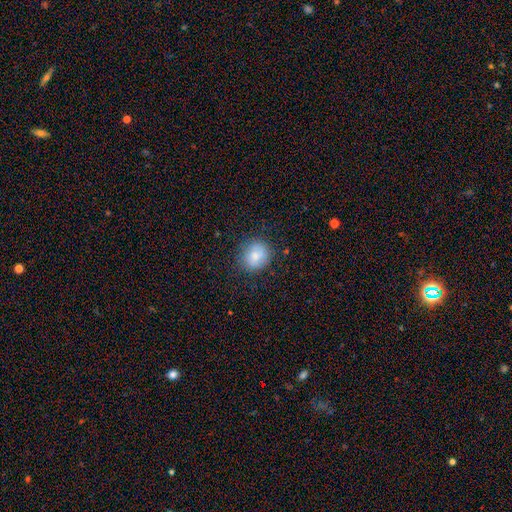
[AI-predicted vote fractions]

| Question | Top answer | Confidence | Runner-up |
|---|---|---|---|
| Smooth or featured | smooth | 79% | featured or disk (13%) |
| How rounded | round | 82% | in between (18%) |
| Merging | none | 80% | minor disturbance (14%) |